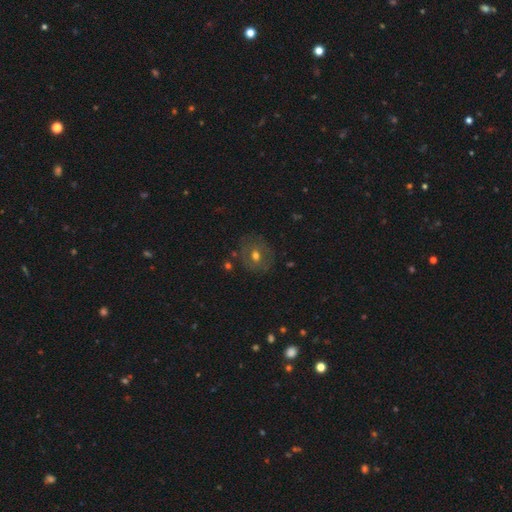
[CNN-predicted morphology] smooth_or_featured: smooth (p=0.47) [alt: featured or disk p=0.41]
merging: none (p=0.77) [alt: minor disturbance p=0.15]